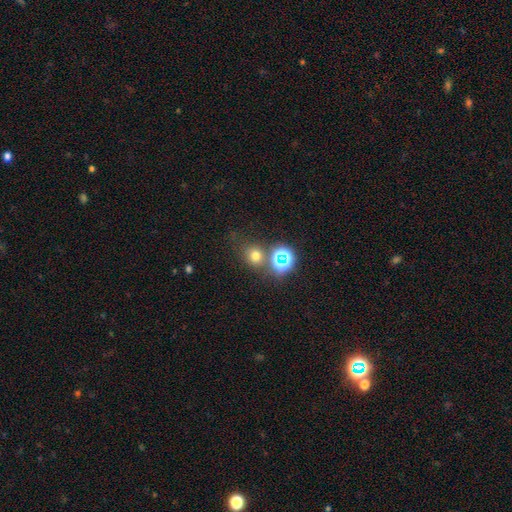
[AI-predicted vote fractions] Smooth or featured: smooth — 64% (star or artifact — 27%)
How rounded: round — 75% (in between — 24%)
Merging: none — 67% (merger — 15%)